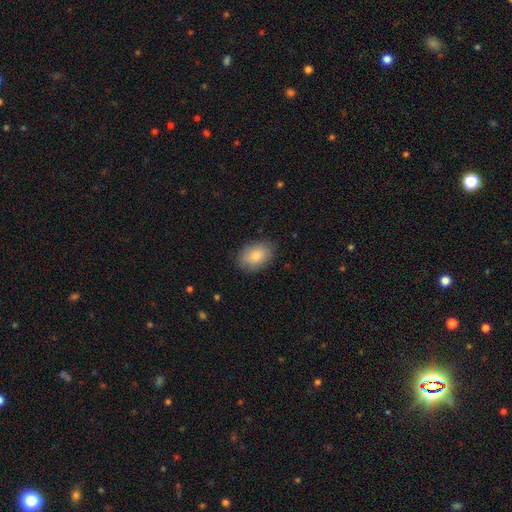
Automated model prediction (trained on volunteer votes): This appears to be a smooth galaxy with no disk features (85%) that is in between round and cigar-shaped (87%). Merging: none (84%).